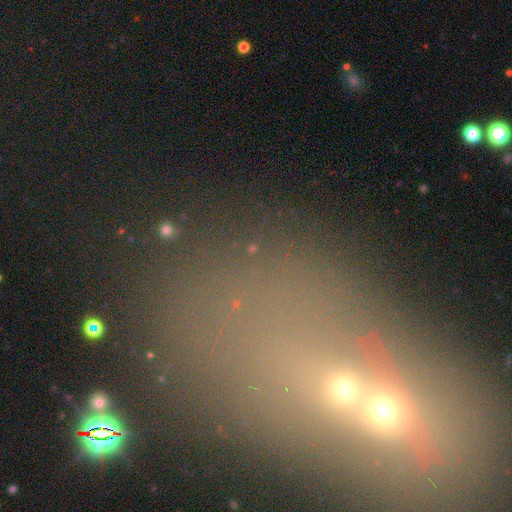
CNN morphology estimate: This is possibly a star or artifact rather than a galaxy (46%).